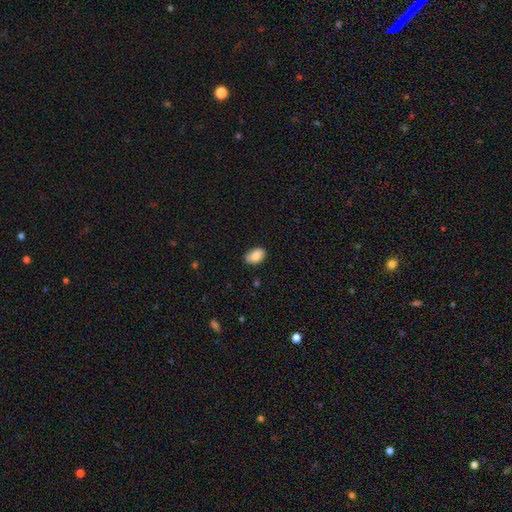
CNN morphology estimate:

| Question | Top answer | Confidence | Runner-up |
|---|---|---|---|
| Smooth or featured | smooth | 85% | featured or disk (8%) |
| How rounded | in between | 90% | round (9%) |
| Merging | none | 78% | minor disturbance (18%) |